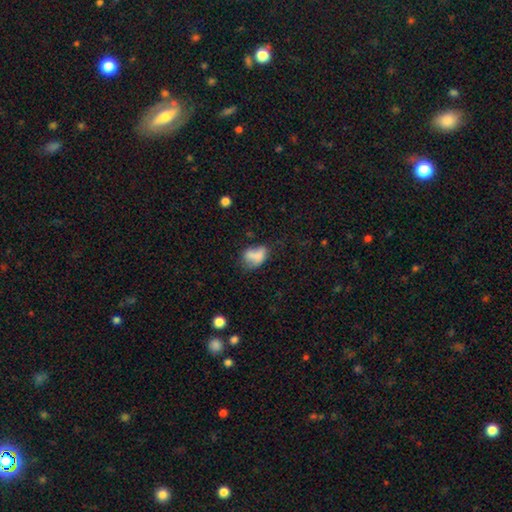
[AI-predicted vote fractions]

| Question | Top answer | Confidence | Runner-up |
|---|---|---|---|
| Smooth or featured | smooth | 70% | featured or disk (19%) |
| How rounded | in between | 80% | round (18%) |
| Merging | none | 34% | minor disturbance (29%) |